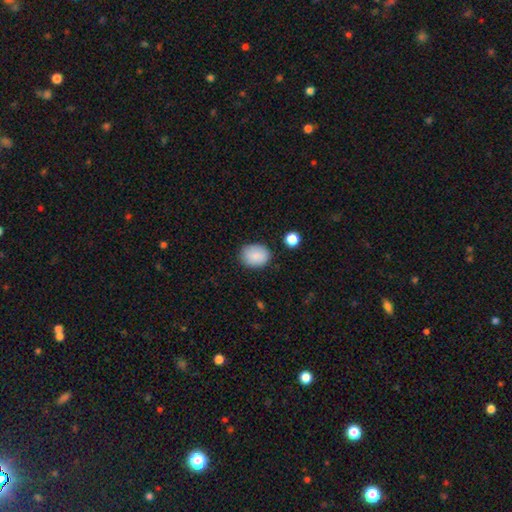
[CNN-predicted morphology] A smooth galaxy with no disk features (86%) that is in between round and cigar-shaped (52%). Merging: none (82%).